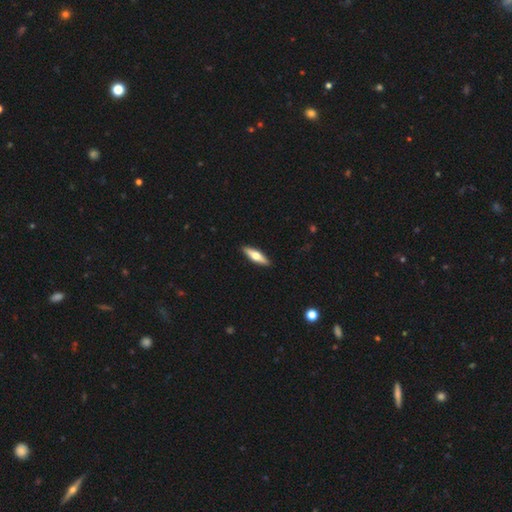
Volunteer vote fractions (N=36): Smooth or featured? smooth (53%)
How rounded? cigar-shaped (58%)
Merging? none (85%)